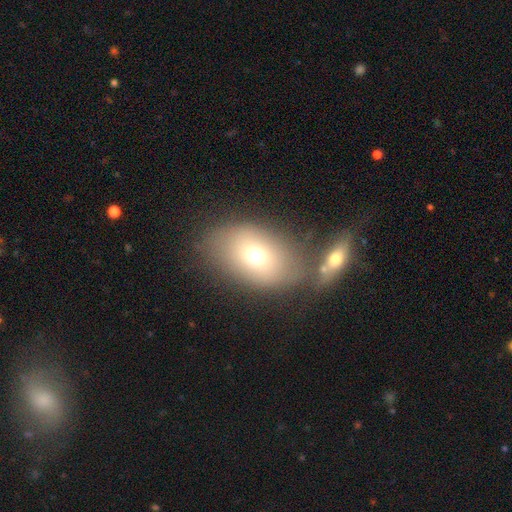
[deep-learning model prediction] This is likely a smooth galaxy (68%). How rounded: clearly in between (82%). Merging: possibly none (55%).